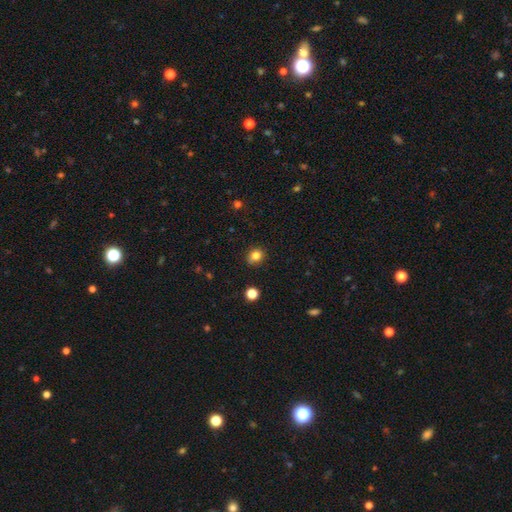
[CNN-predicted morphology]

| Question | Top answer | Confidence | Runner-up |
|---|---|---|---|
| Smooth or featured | smooth | 82% | star or artifact (13%) |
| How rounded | round | 75% | in between (24%) |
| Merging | none | 87% | minor disturbance (9%) |